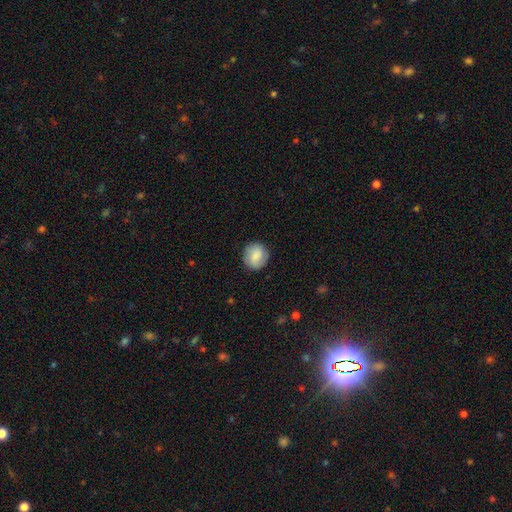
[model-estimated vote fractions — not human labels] Smooth or featured? smooth (79%)
How rounded? round (87%)
Merging? none (86%)